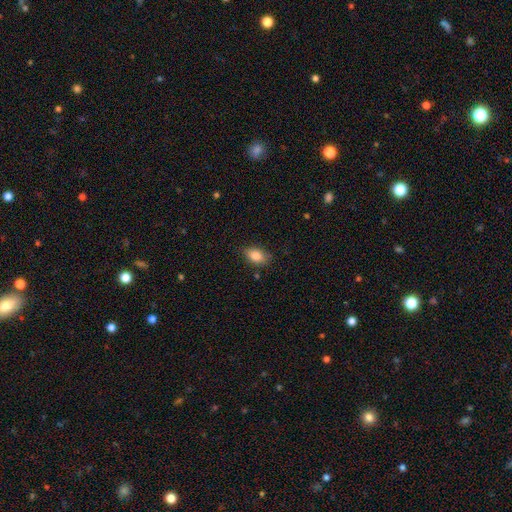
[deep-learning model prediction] smooth 86%, star or artifact 8%, featured or disk 6%. Down the decision tree: how rounded — in between (87%); merging — none (82%).